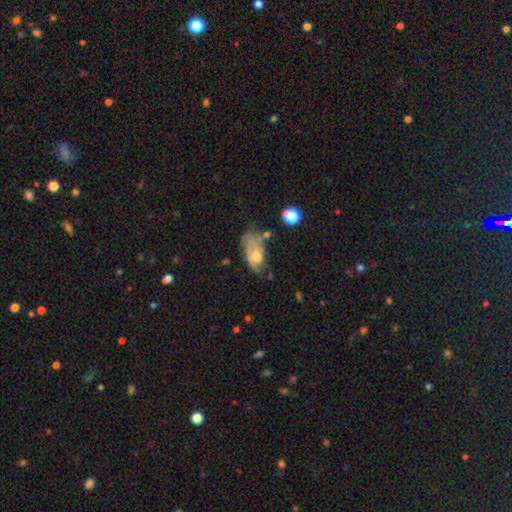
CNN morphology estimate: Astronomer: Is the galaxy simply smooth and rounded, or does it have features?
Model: smooth — 45%, tied with featured or disk at 45%.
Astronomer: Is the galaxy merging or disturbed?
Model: none — 33% (runner-up: minor disturbance, 30%).